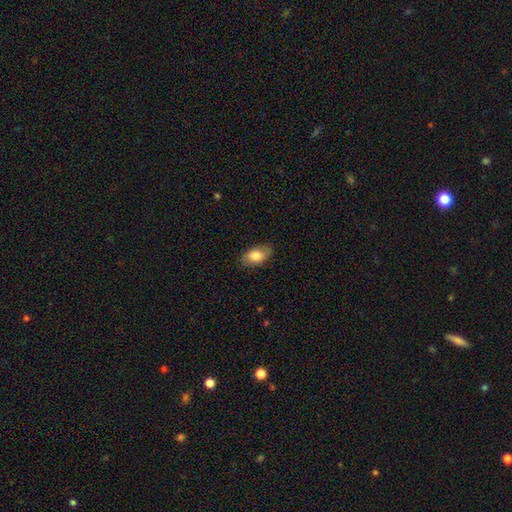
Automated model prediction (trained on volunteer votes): The model was most divided on "smooth or featured": smooth: 79%, featured or disk: 14%, star or artifact: 7%. More confident: how rounded — in between (91%); merging — none (82%).